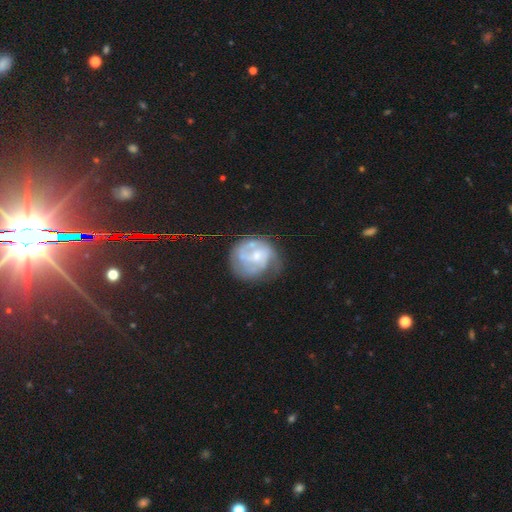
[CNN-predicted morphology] type=featured or disk (66%); edge-on=no (98%); bar=no (65%); spiral arms=yes (73%); bulge=small (45%); merging=none (50%).